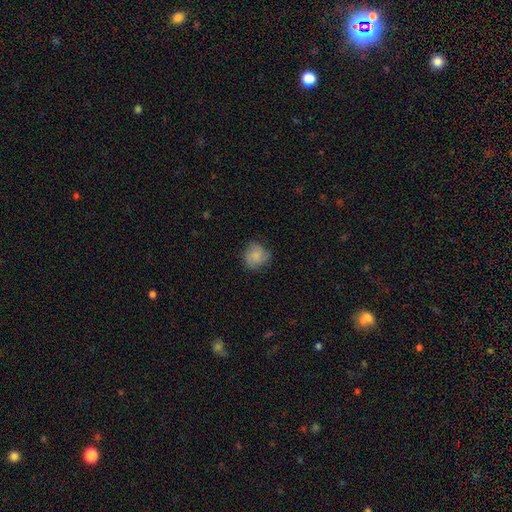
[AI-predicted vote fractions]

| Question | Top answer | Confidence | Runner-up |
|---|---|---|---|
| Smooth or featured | smooth | 71% | featured or disk (21%) |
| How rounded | round | 82% | in between (17%) |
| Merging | none | 71% | minor disturbance (22%) |